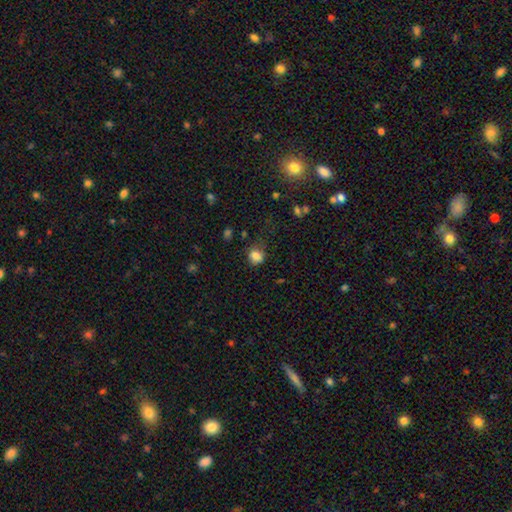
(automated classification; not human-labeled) A smooth galaxy with no disk features (83%) that is round (74%). Merging: none (64%).